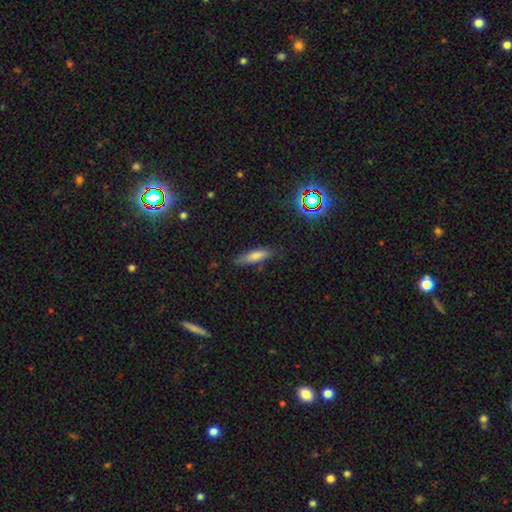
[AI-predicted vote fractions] smooth-or-featured: smooth: 66% | featured or disk: 20% | star or artifact: 14%
  how-rounded: cigar-shaped: 64% | in between: 34% | round: 3%
  merging: none: 80% | minor disturbance: 15% | major disturbance: 3% | merger: 2%